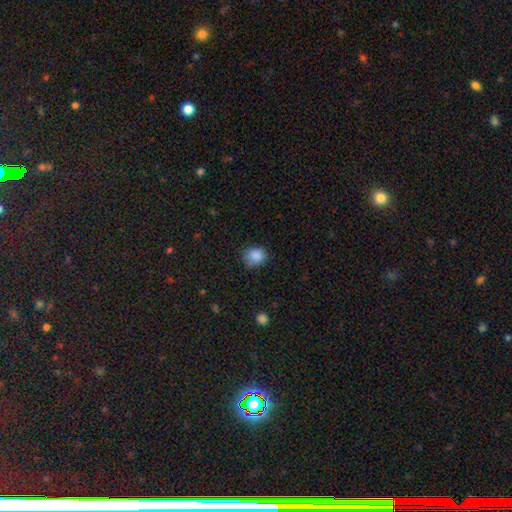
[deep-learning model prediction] A smooth galaxy with no disk features (87%) that is round (74%). Merging: none (76%).